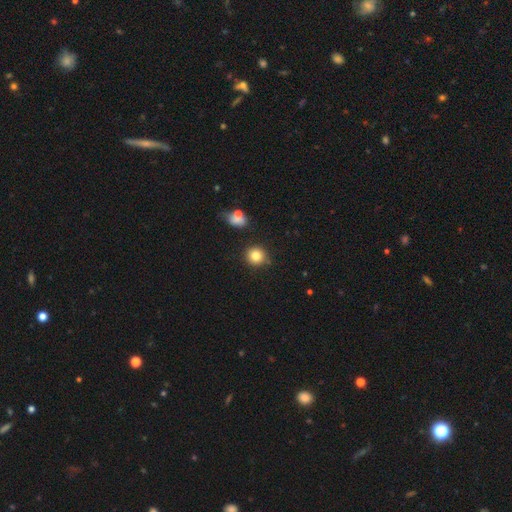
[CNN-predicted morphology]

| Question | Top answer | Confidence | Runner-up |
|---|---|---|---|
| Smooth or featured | smooth | 82% | star or artifact (11%) |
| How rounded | round | 89% | in between (10%) |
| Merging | none | 82% | minor disturbance (11%) |